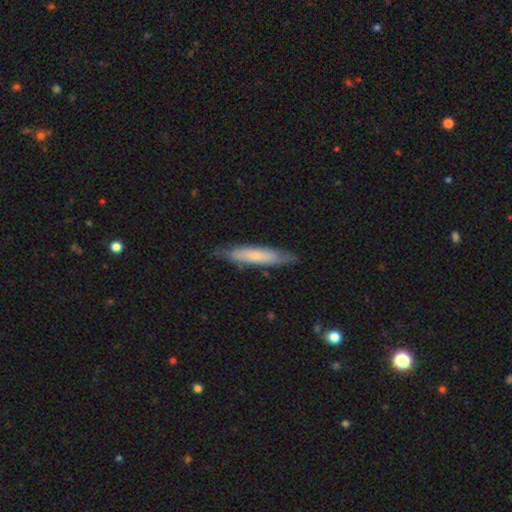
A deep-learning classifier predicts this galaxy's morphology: smooth 64%, featured or disk 31%, star or artifact 5%. Down the decision tree: how rounded — cigar-shaped (86%); merging — none (81%).